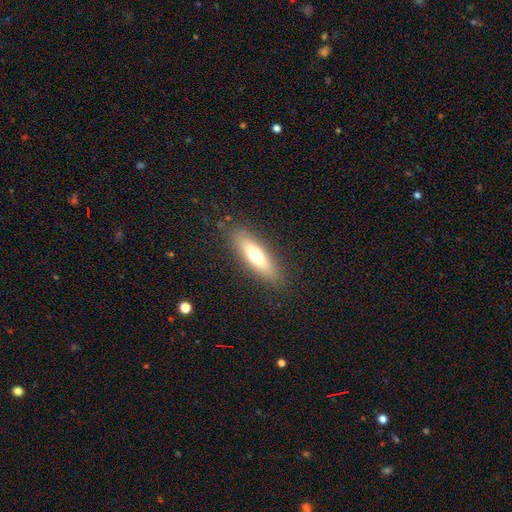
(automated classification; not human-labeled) Smooth or featured? Predicted: smooth (p=0.62). How rounded? Predicted: cigar-shaped (p=0.61). Merging? Predicted: none (p=0.86).